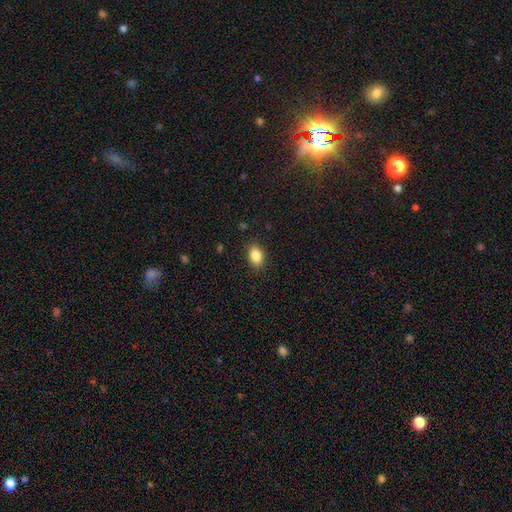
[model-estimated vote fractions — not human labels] Smooth or featured? Predicted: smooth (p=0.87). How rounded? Predicted: in between (p=0.85). Merging? Predicted: none (p=0.87).